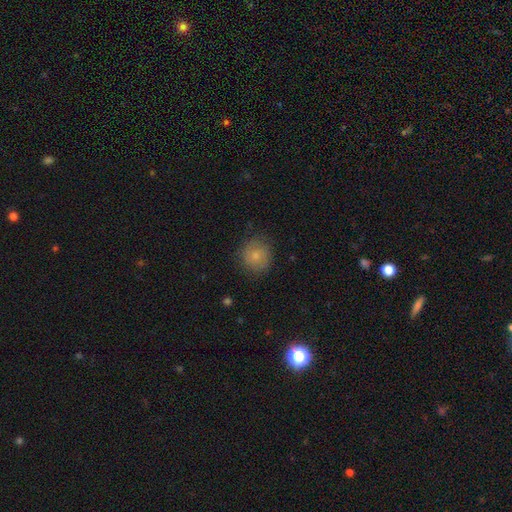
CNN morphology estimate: smooth-or-featured: smooth: 78% | featured or disk: 14% | star or artifact: 8%
  how-rounded: round: 90% | in between: 10% | cigar-shaped: 1%
  merging: none: 79% | minor disturbance: 15% | major disturbance: 5% | merger: 1%